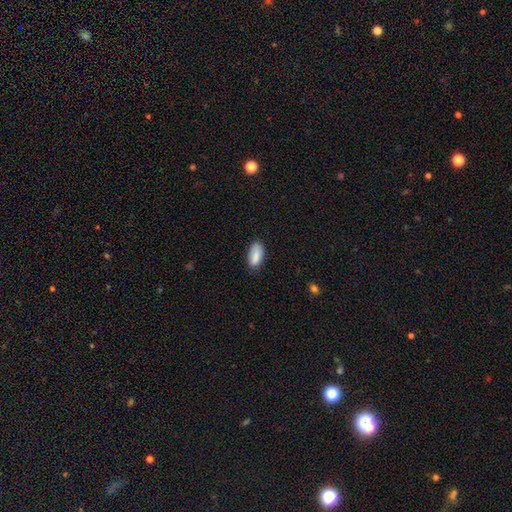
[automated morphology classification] A smooth galaxy with no disk features (87%) that is in between round and cigar-shaped (90%).

Vote fractions:
- Smooth or featured? smooth: 87% / star or artifact: 7% / featured or disk: 7%
- How rounded? in between: 90% / cigar-shaped: 7% / round: 2%
- Merging? none: 76% / minor disturbance: 19% / major disturbance: 3% / merger: 1%